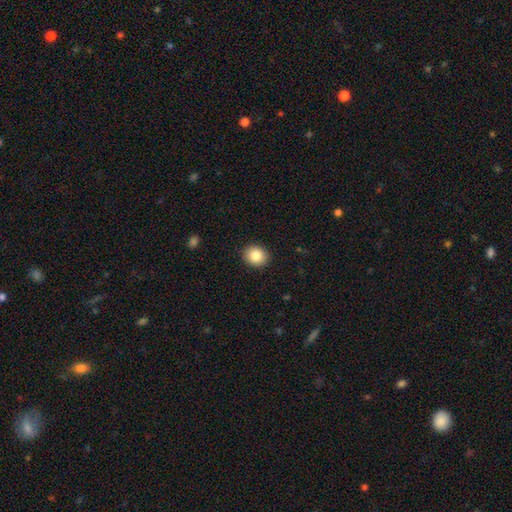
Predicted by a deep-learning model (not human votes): A smooth galaxy with no disk features (85%) that is round (73%). Merging: none (91%).